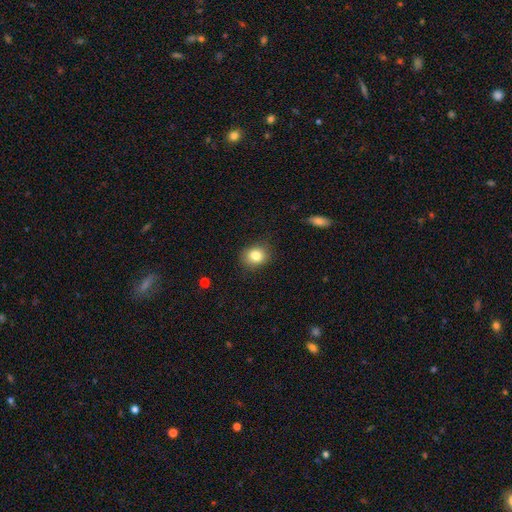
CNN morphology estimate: This appears to be a smooth galaxy with no disk features (82%) that is round (58%). Merging: none (84%).